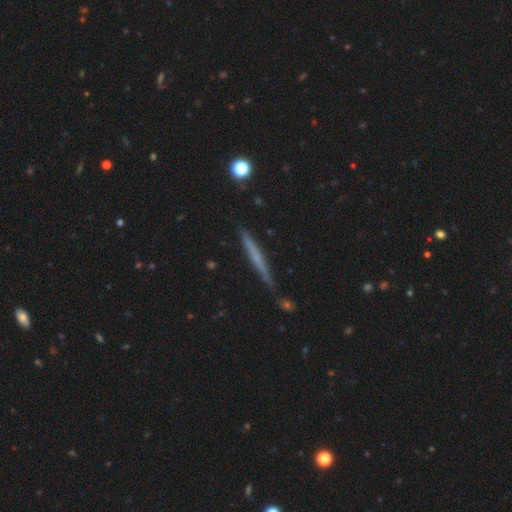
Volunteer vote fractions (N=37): This appears to be a featured or disk galaxy (49%) viewed edge-on (100%) with no central bulge (78%). Merging: none (97%).